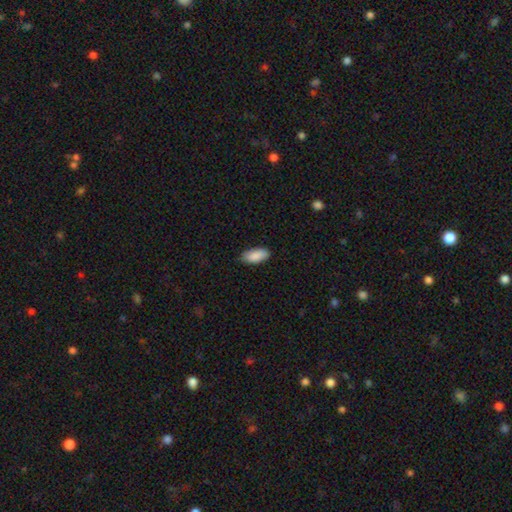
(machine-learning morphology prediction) smooth-or-featured: smooth: 90% | star or artifact: 6% | featured or disk: 4%
  how-rounded: in between: 90% | cigar-shaped: 9% | round: 2%
  merging: none: 81% | minor disturbance: 16% | major disturbance: 2% | merger: 1%